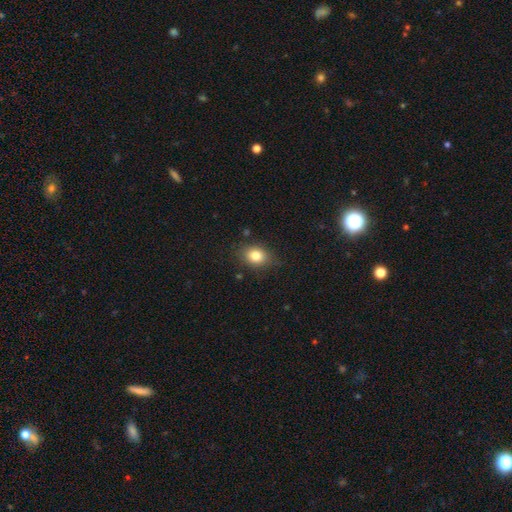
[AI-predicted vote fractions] Smooth or featured? Predicted: smooth (p=0.82). How rounded? Predicted: in between (p=0.64). Merging? Predicted: none (p=0.78).